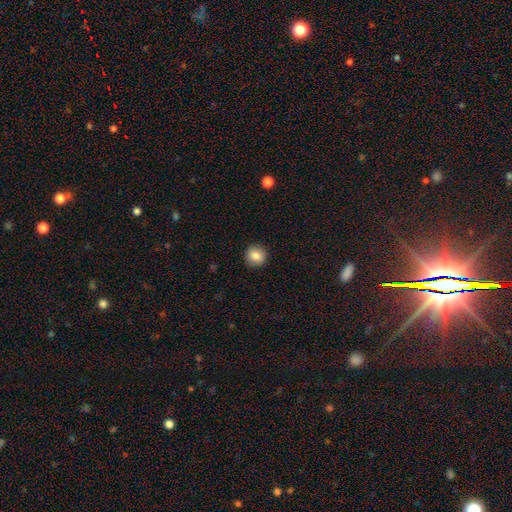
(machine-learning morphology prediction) Q: Smooth or featured?
A: smooth (85%); runner-up: star or artifact (9%)
Q: How rounded?
A: round (91%); runner-up: in between (8%)
Q: Merging?
A: none (92%); runner-up: minor disturbance (6%)